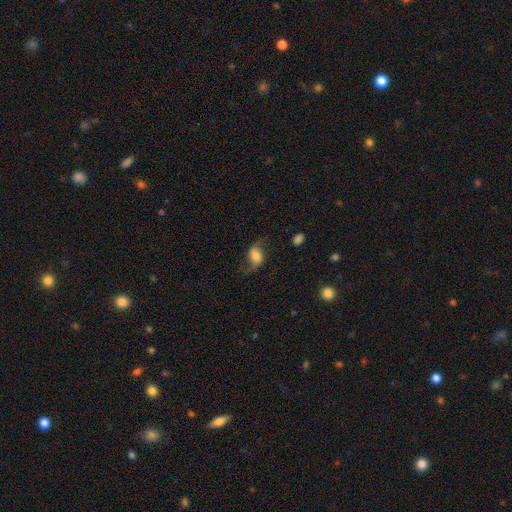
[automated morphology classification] Smooth or featured: featured or disk — 49% (smooth — 41%)
Merging: none — 59% (minor disturbance — 21%)